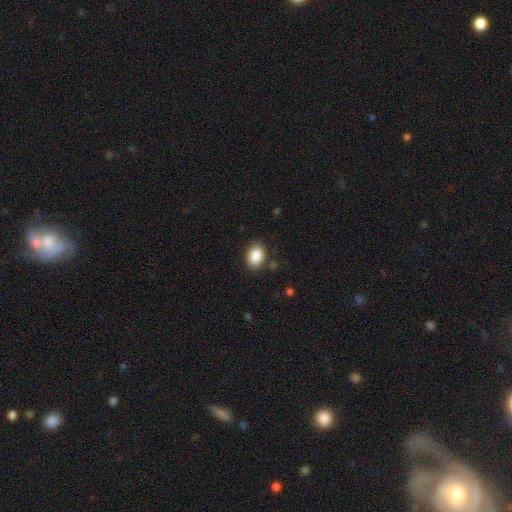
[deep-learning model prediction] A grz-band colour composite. It shows a smooth galaxy with no disk features (88%) that is in between round and cigar-shaped (81%). Merging: none (84%).